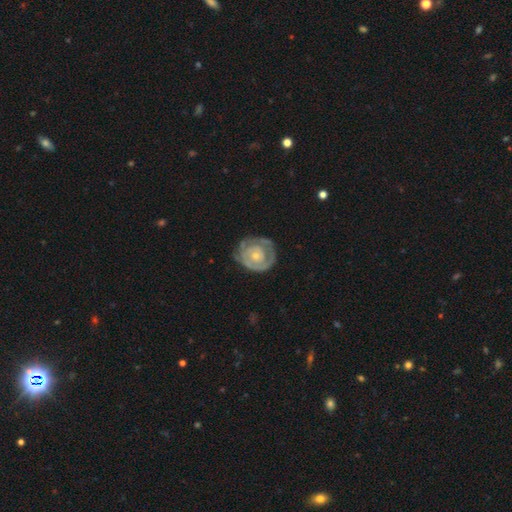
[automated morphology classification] A featured or disk galaxy (75%) with no bar (83%), tight (75%) spiral arms (78%) and a small central bulge (66%).

Vote fractions:
- Smooth or featured? featured or disk: 75% / smooth: 20% / star or artifact: 5%
- Edge-on disk? no: 98% / yes: 2%
- Bar? no: 83% / weak: 14% / strong: 3%
- Spiral arms? yes: 78% / no: 22%
- Spiral winding? tight: 75% / medium: 18% / loose: 7%
- Spiral arm count? can't tell: 34% / 2: 28% / 1: 24% / 3: 8% / 4: 3% / more than 4: 3%
- Bulge size? small: 66% / moderate: 28% / none: 3% / large: 2% / dominant: 1%
- Merging? none: 62% / minor disturbance: 23% / major disturbance: 13% / merger: 2%